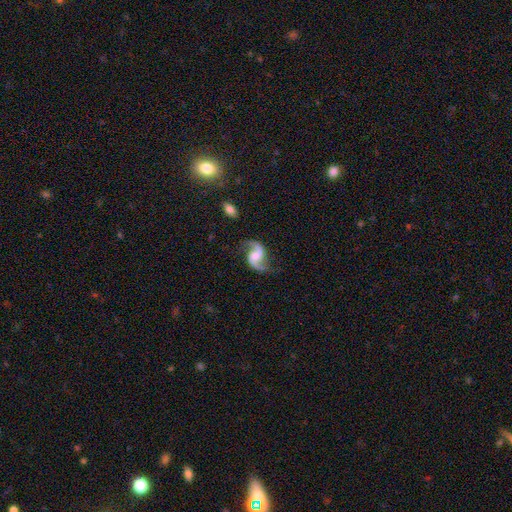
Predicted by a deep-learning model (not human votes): The model was most divided on "bulge size": none: 33%, moderate: 28%, small: 25%, large: 12%, dominant: 2%. Remaining: edge-on disk — no (98%); spiral arms — yes (98%); spiral arm count — 2 (94%); smooth or featured — featured or disk (92%); merging — none (78%); spiral winding — loose (66%); bar — no (47%).